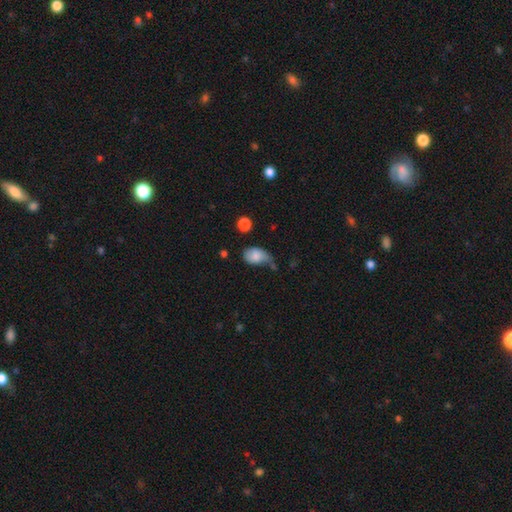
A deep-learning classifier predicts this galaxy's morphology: type=smooth (78%); roundness=in between (83%); merging=minor disturbance (38%).